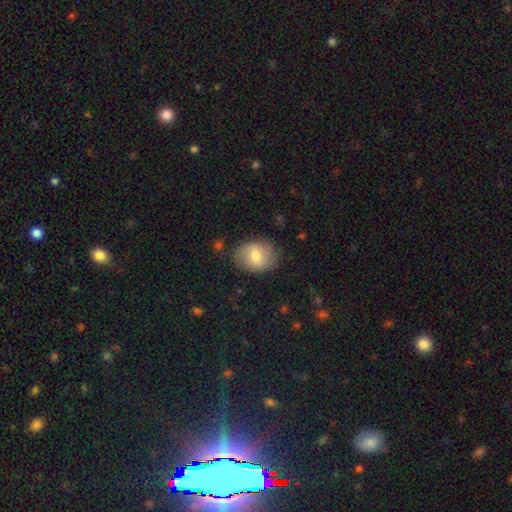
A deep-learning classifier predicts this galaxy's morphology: This is likely a smooth galaxy (63%). How rounded: possibly in between (55%). Merging: likely none (79%).